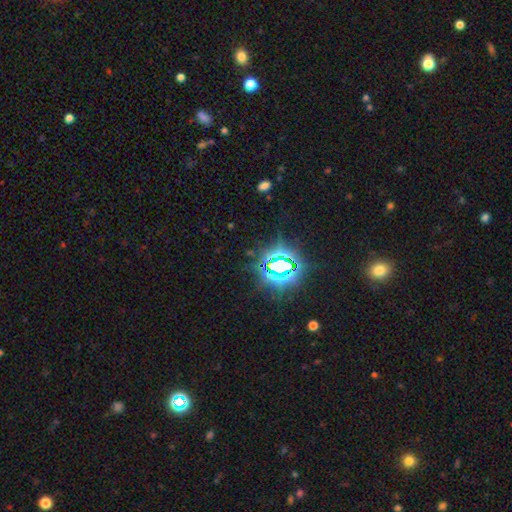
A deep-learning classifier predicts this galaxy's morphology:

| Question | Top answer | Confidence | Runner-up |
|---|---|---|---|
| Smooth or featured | star or artifact | 82% | smooth (11%) |